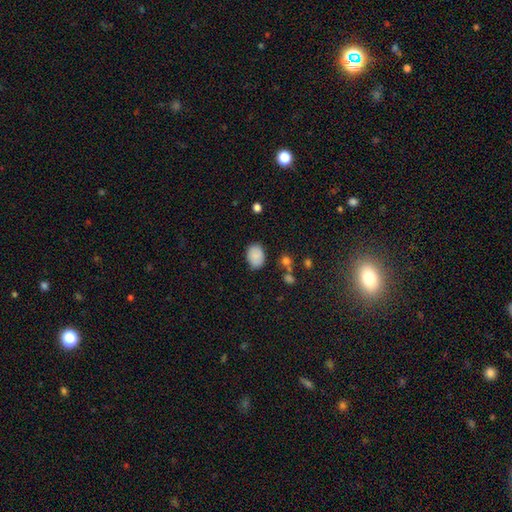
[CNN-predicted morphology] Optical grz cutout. It shows a smooth galaxy with no disk features (87%) that is in between round and cigar-shaped (77%). Merging: none (79%).